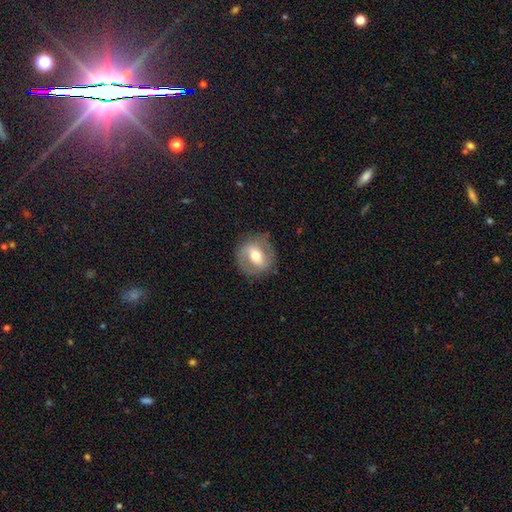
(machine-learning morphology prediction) Overall: featured or disk (52%; smooth 42%). Edge-on disk: no (92%). Merging: none (80%).